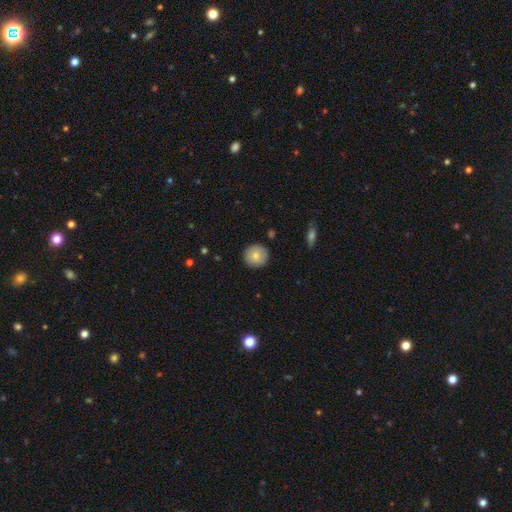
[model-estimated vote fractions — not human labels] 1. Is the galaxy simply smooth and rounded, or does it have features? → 80% smooth, 12% featured or disk, 8% star or artifact.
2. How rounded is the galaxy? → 95% round, 4% in between, 1% cigar-shaped.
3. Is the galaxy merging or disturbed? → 90% none, 7% minor disturbance, 2% major disturbance, 1% merger.